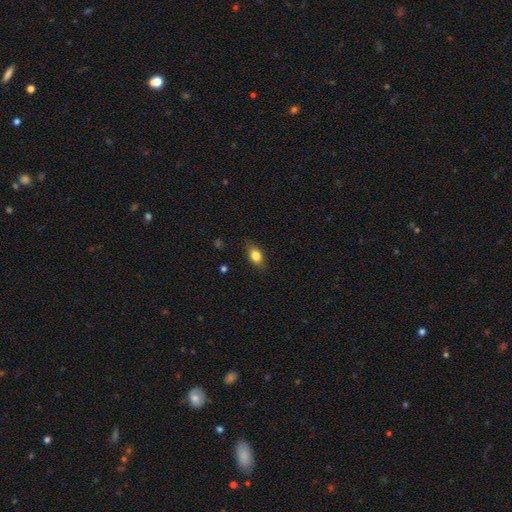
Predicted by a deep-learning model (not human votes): Smooth or featured? Predicted: smooth (p=0.80). How rounded? Predicted: in between (p=0.79). Merging? Predicted: none (p=0.81).